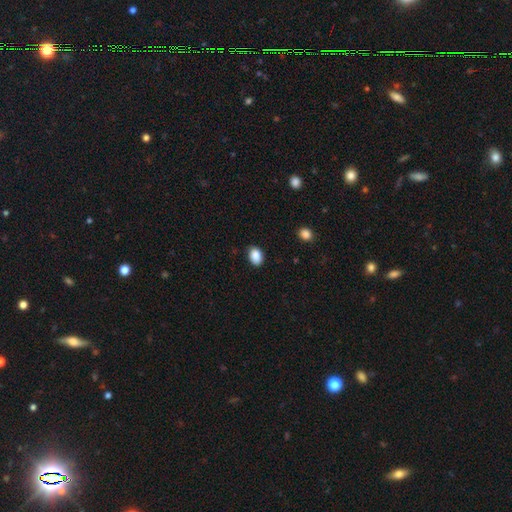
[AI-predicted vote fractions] smooth-or-featured: smooth: 88% | star or artifact: 8% | featured or disk: 3%
  how-rounded: in between: 77% | round: 22% | cigar-shaped: 1%
  merging: none: 84% | minor disturbance: 12% | major disturbance: 2% | merger: 1%